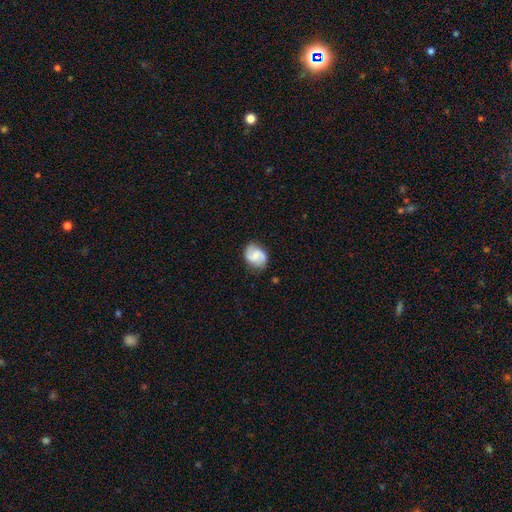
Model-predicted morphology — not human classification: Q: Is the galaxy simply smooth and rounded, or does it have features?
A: featured or disk — 62%.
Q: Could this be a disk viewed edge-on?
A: no — 98%.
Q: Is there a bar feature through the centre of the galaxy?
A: weak — 49%.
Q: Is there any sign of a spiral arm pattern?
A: yes — 93%.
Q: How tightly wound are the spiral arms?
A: medium — 47%.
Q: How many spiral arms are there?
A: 2 — 89%.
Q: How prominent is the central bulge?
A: small — 38%.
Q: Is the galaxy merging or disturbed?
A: none — 77%.